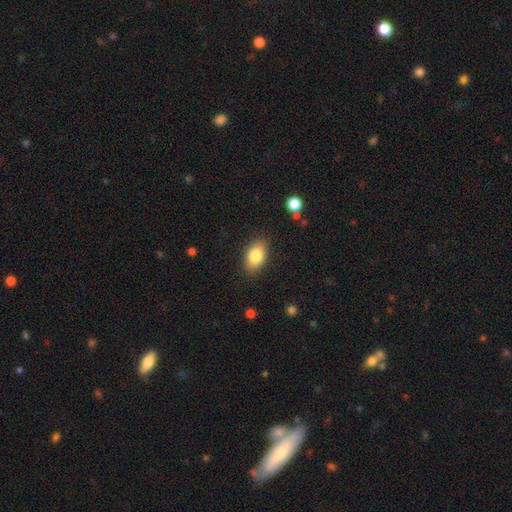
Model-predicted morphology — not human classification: Smooth or featured: smooth — 82% (featured or disk — 10%)
How rounded: in between — 89% (round — 8%)
Merging: none — 85% (minor disturbance — 11%)